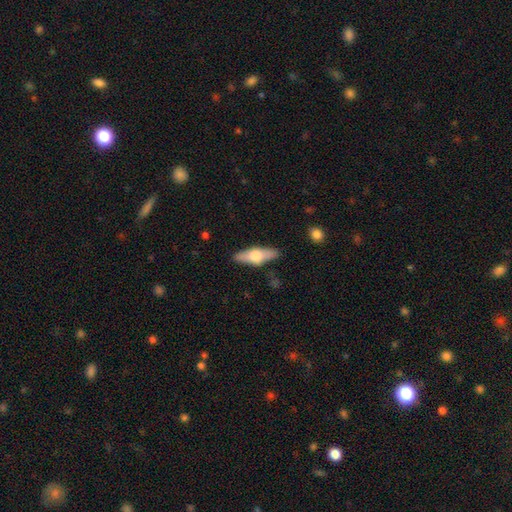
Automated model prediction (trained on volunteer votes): Smooth or featured? Predicted: smooth (p=0.48). Merging? Predicted: none (p=0.86).